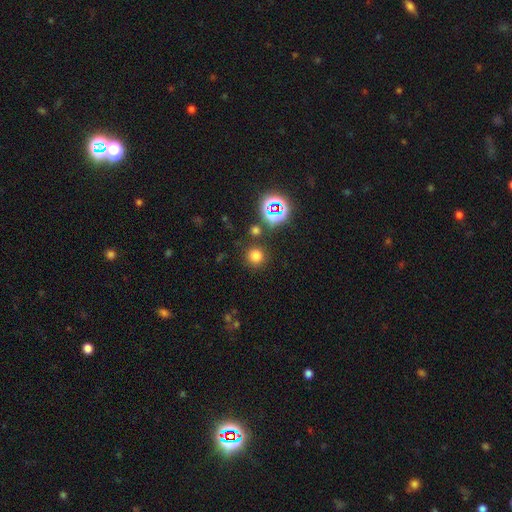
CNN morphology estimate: type=smooth (71%); roundness=round (93%); merging=none (84%).